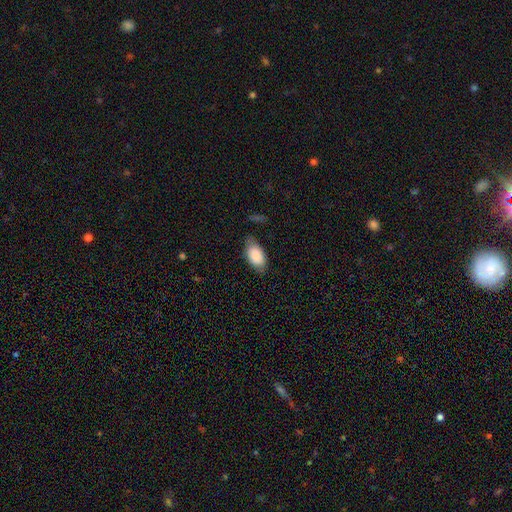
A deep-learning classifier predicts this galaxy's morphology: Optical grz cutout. It shows a smooth galaxy with no disk features (88%) that is in between round and cigar-shaped (94%). Merging: none (68%).